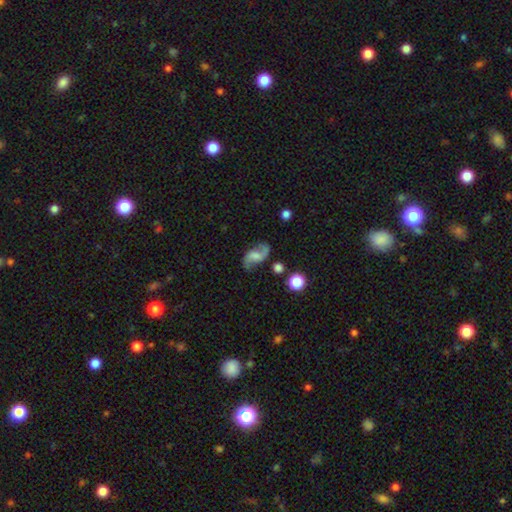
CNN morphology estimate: The model was most divided on "bulge size" (2-way tie): moderate: 30%, small: 30%, none: 29%, large: 9%, dominant: 2%. Remaining: edge-on disk — no (97%); spiral arms — yes (95%); spiral arm count — 2 (93%); smooth or featured — featured or disk (80%); merging — none (73%); spiral winding — loose (68%); bar — weak (47%).